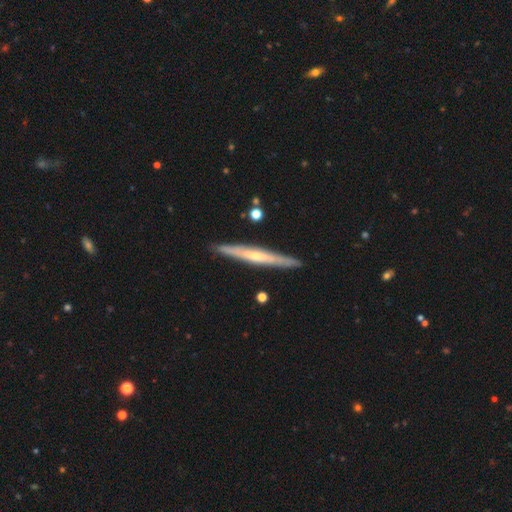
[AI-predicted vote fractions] Smooth or featured? featured or disk (65%)
Edge-on disk? yes (93%)
Edge-on bulge? none (47%, tied with rounded)
Merging? none (89%)